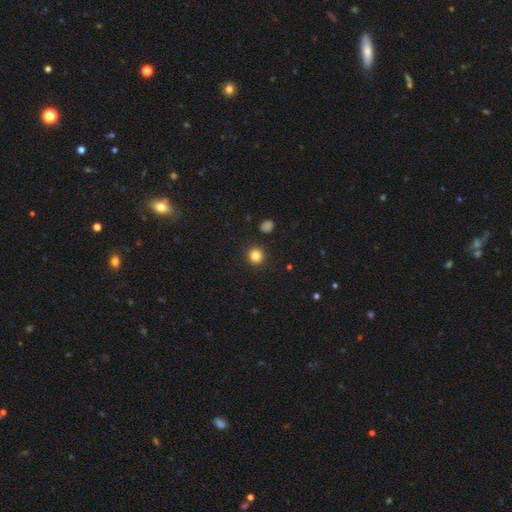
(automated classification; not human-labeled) Q: Smooth or featured?
A: smooth (84%); runner-up: star or artifact (11%)
Q: How rounded?
A: round (92%); runner-up: in between (7%)
Q: Merging?
A: none (91%); runner-up: minor disturbance (5%)